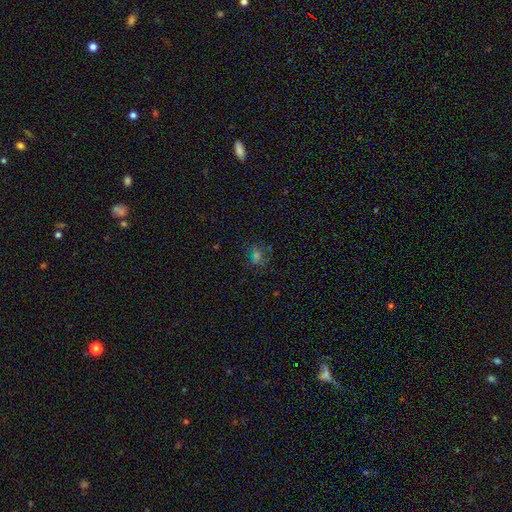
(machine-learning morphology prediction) Smooth or featured: star or artifact — 42% (smooth — 40%)